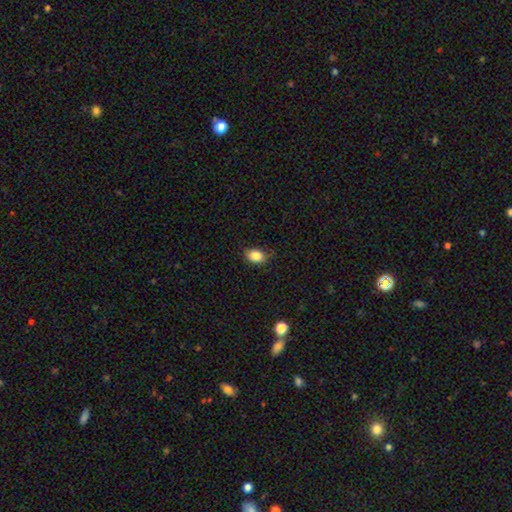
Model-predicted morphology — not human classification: smooth_or_featured: smooth (p=0.85) [alt: star or artifact p=0.09]
how_rounded: in between (p=0.78) [alt: round p=0.21]
merging: none (p=0.79) [alt: minor disturbance p=0.17]